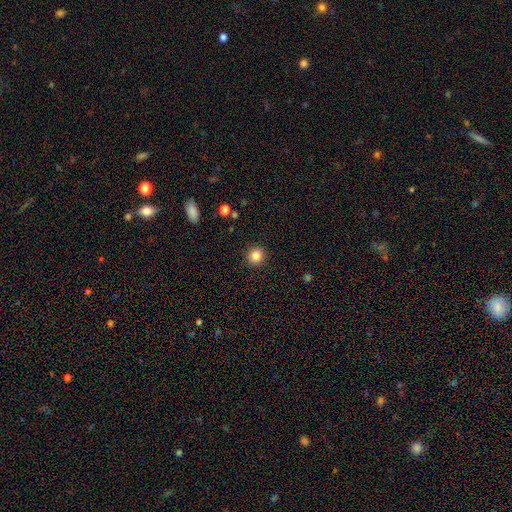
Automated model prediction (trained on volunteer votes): Q: Smooth or featured?
A: smooth (85%); runner-up: star or artifact (11%)
Q: How rounded?
A: round (91%); runner-up: in between (8%)
Q: Merging?
A: none (91%); runner-up: minor disturbance (6%)